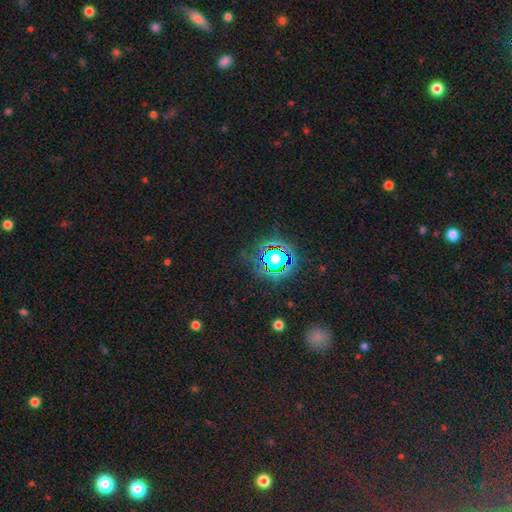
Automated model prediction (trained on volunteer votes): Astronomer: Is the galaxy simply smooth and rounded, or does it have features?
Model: star or artifact — 80%.